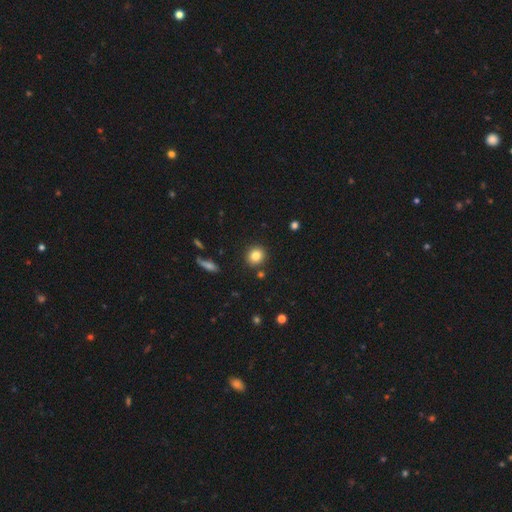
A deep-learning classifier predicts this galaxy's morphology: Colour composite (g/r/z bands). It shows a smooth galaxy with no disk features (83%) that is round (83%). Merging: none (88%).